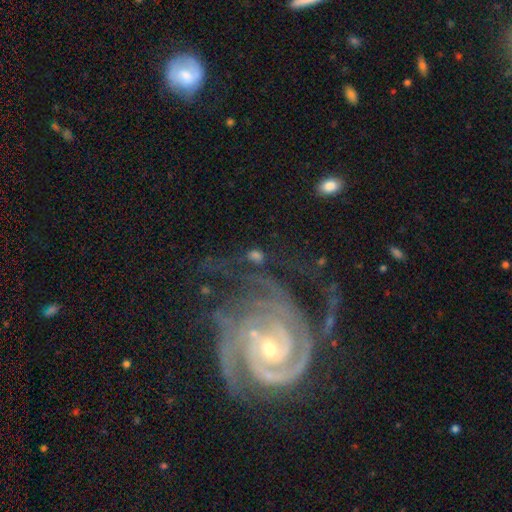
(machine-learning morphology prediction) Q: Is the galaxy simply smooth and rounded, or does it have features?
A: featured or disk — 48%.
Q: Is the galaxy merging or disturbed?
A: none — 61%.